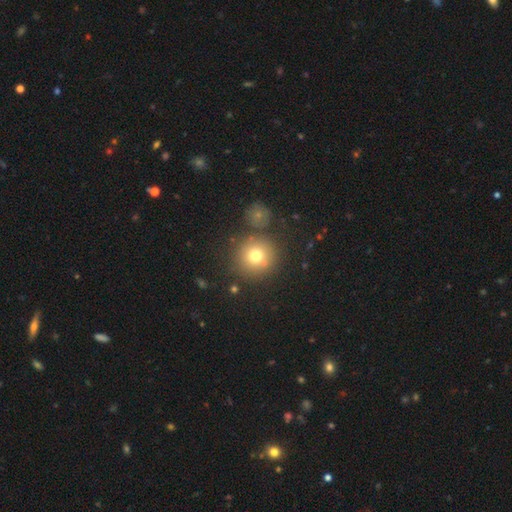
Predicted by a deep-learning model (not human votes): Morphology: type=smooth (74%); roundness=round (94%); merging=none (79%).